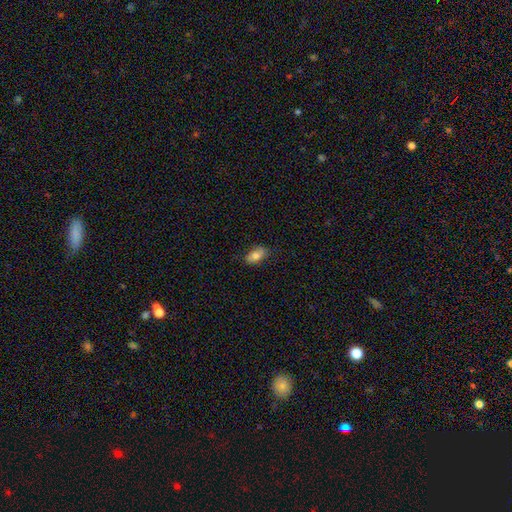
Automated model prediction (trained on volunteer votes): This appears to be a smooth galaxy with no disk features (80%) that is in between round and cigar-shaped (90%). Merging: none (81%).